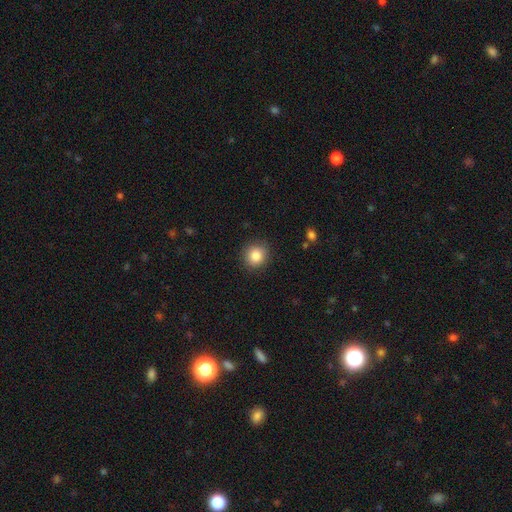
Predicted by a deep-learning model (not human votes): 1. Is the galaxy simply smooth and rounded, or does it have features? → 85% smooth, 9% star or artifact, 6% featured or disk.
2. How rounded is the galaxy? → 89% round, 10% in between, 1% cigar-shaped.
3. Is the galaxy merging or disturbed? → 89% none, 8% minor disturbance, 2% major disturbance, 1% merger.